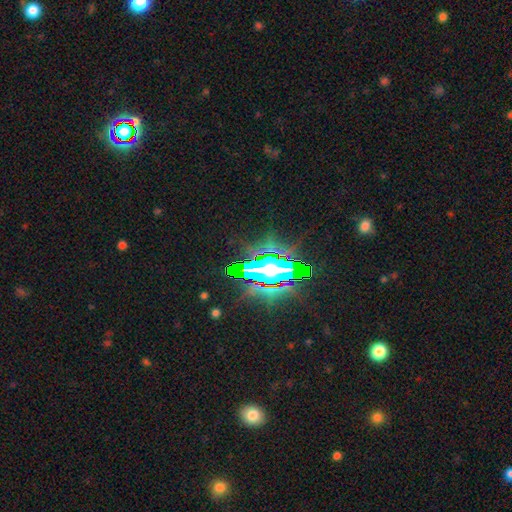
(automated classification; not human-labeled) smooth_or_featured: star or artifact (p=0.73) [alt: featured or disk p=0.15]